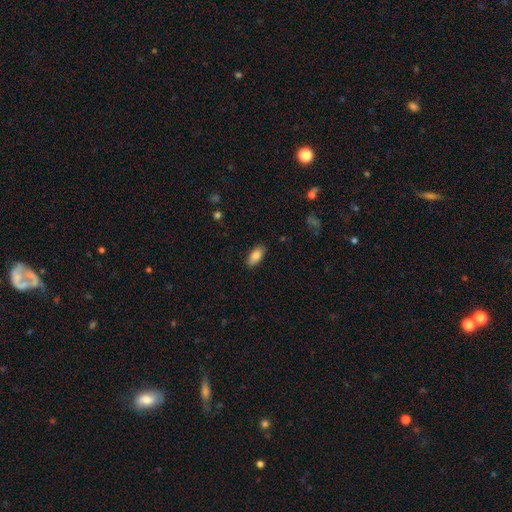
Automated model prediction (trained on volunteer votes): A smooth galaxy with no disk features (84%) that is in between round and cigar-shaped (88%).

Vote fractions:
- Smooth or featured? smooth: 84% / featured or disk: 10% / star or artifact: 7%
- How rounded? in between: 88% / cigar-shaped: 9% / round: 2%
- Merging? none: 86% / minor disturbance: 11% / major disturbance: 2% / merger: 1%